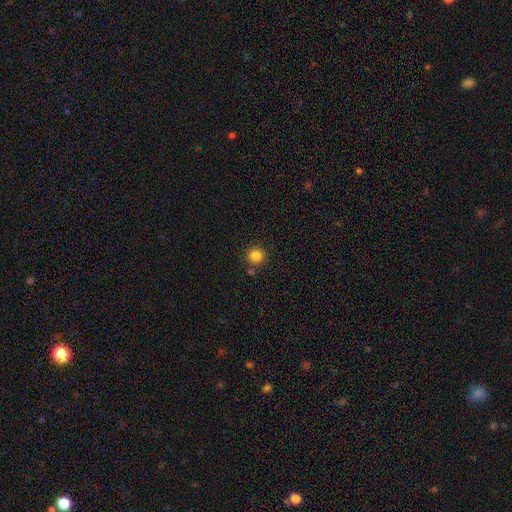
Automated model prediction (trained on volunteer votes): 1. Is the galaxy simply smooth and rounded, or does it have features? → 84% smooth, 11% star or artifact, 4% featured or disk.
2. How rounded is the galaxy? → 94% round, 5% in between, 1% cigar-shaped.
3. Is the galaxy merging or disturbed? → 83% none, 8% minor disturbance, 7% merger, 2% major disturbance.